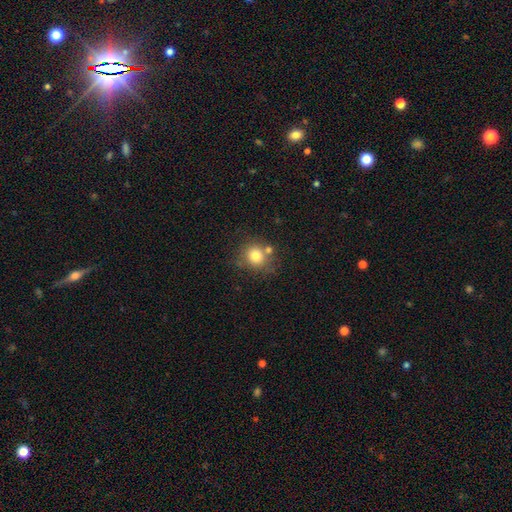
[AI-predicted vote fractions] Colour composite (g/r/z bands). It shows a smooth galaxy with no disk features (78%) that is round (86%). Merging: none (68%).